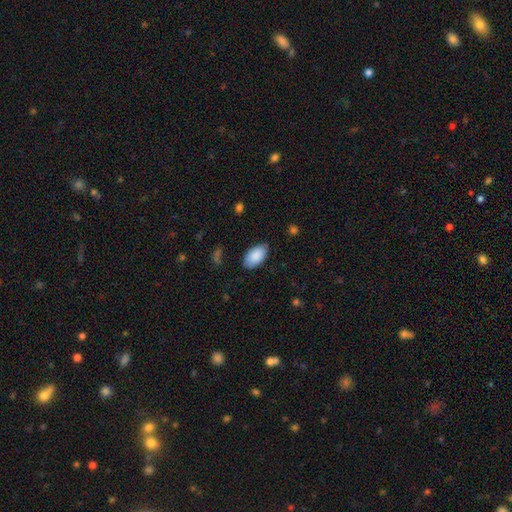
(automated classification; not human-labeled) Q: Smooth or featured?
A: smooth (89%); runner-up: star or artifact (6%)
Q: How rounded?
A: in between (96%); runner-up: round (3%)
Q: Merging?
A: none (83%); runner-up: minor disturbance (13%)